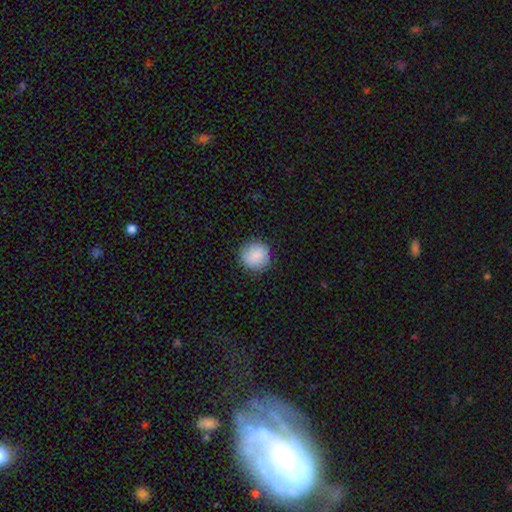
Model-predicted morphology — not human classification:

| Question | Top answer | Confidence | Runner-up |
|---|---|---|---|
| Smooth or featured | smooth | 88% | star or artifact (7%) |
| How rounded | round | 93% | in between (6%) |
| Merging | none | 87% | minor disturbance (10%) |